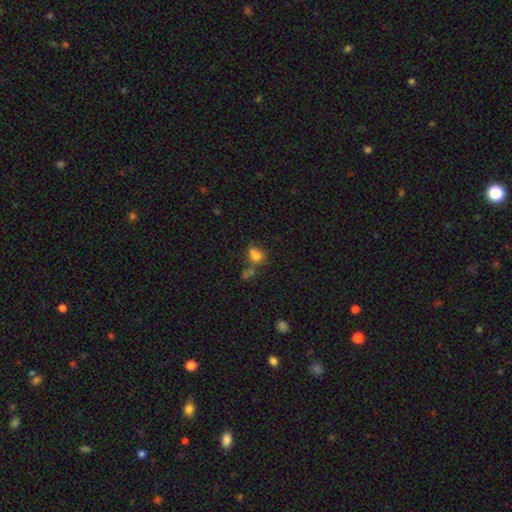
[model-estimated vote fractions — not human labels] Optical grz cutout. It shows a smooth galaxy with no disk features (74%) that is round (51%). Merging: none (38%).